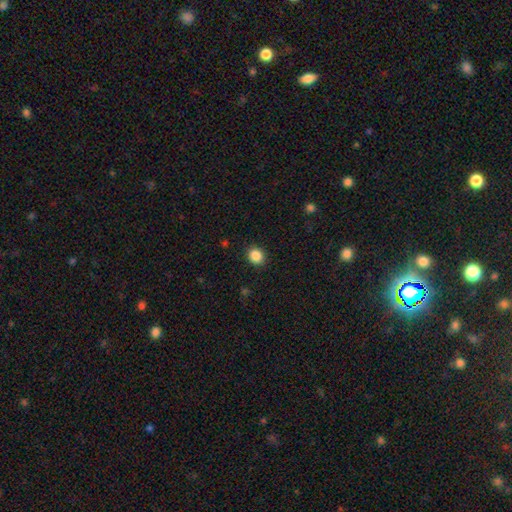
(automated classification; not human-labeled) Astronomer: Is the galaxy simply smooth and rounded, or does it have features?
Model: smooth — 86%.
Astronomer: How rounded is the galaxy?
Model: round — 70%.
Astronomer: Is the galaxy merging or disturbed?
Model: none — 90%.